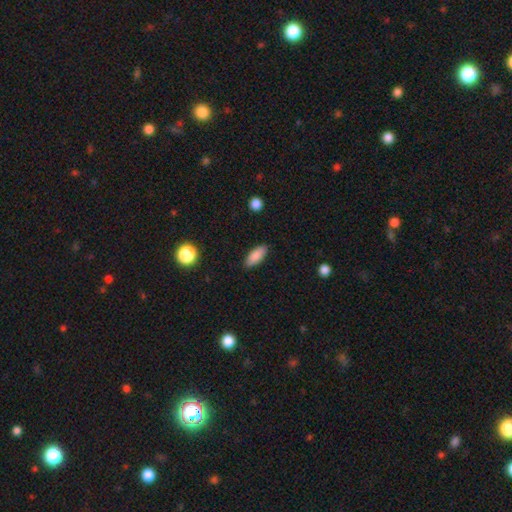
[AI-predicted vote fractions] A smooth galaxy with no disk features (87%) that is in between round and cigar-shaped (78%).

Vote fractions:
- Smooth or featured? smooth: 87% / star or artifact: 7% / featured or disk: 6%
- How rounded? in between: 78% / cigar-shaped: 20% / round: 2%
- Merging? none: 88% / minor disturbance: 9% / major disturbance: 2% / merger: 1%